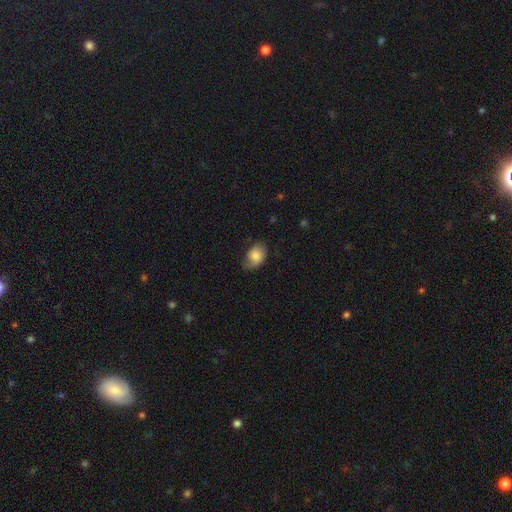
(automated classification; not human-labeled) smooth_or_featured: smooth (p=0.70) [alt: featured or disk p=0.22]
how_rounded: in between (p=0.74) [alt: round p=0.25]
merging: none (p=0.57) [alt: minor disturbance p=0.31]